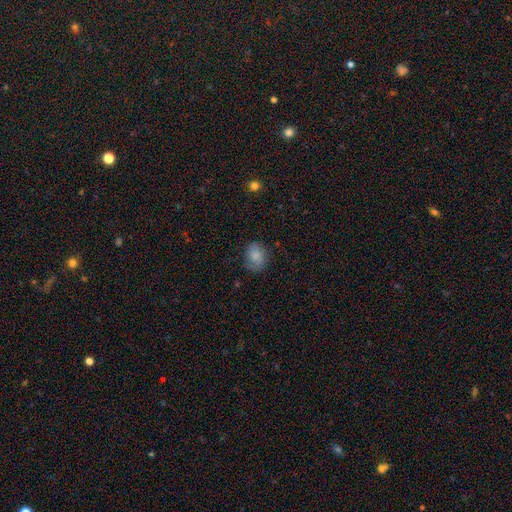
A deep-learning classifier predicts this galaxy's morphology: Smooth or featured? Predicted: smooth (p=0.78). How rounded? Predicted: in between (p=0.55). Merging? Predicted: none (p=0.67).